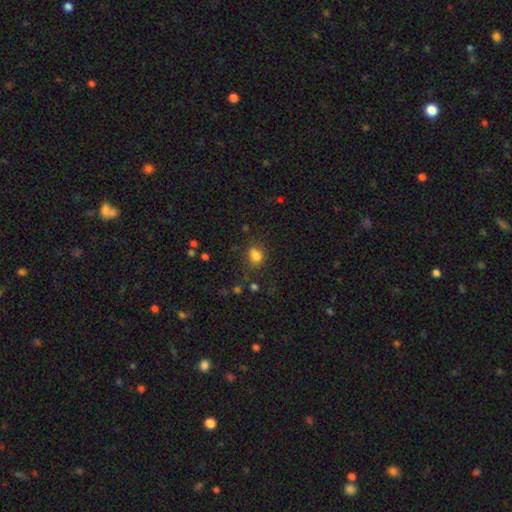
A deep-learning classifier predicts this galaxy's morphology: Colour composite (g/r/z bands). It shows a smooth galaxy with no disk features (81%) that is in between round and cigar-shaped (61%). Merging: none (70%).